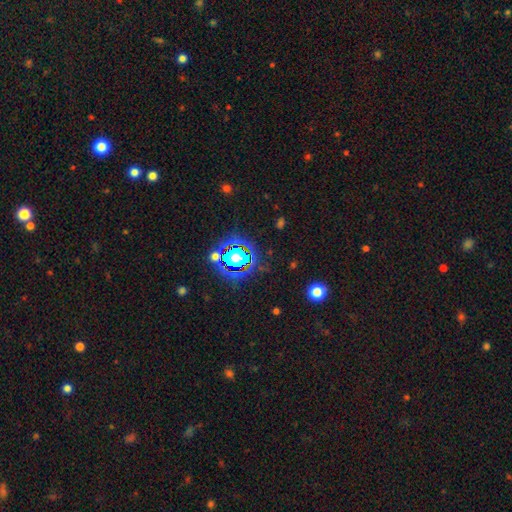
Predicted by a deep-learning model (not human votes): A star or artifact, not a galaxy (80%).